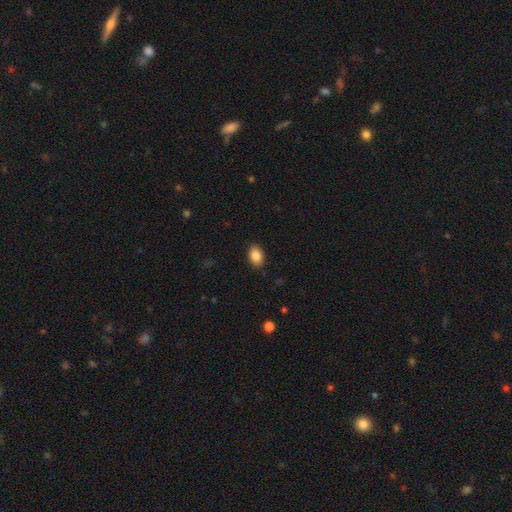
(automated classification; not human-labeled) Smooth or featured? smooth (87%)
How rounded? in between (85%)
Merging? none (89%)